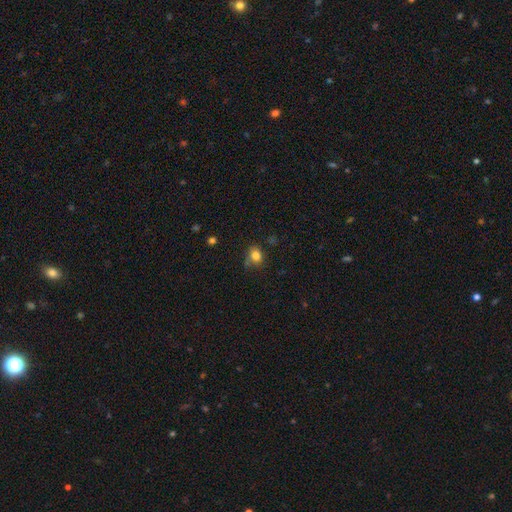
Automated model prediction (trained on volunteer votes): Smooth or featured?
  - smooth: 80% *
  - star or artifact: 12%
  - featured or disk: 8%
How rounded?
  - round: 66% *
  - in between: 33%
  - cigar-shaped: 1%
Merging?
  - none: 61% *
  - minor disturbance: 27%
  - major disturbance: 8%
  - merger: 4%